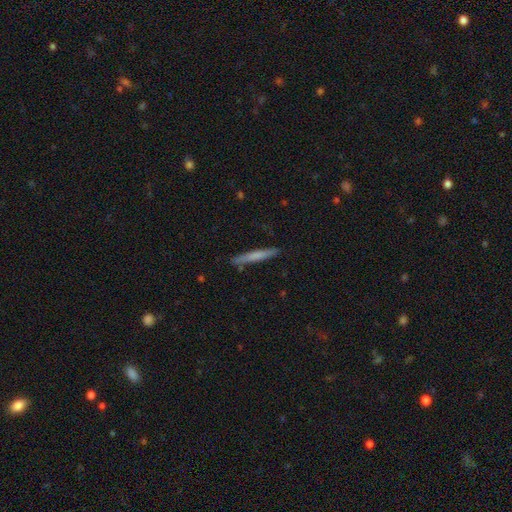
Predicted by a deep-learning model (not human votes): This is likely a smooth galaxy (64%). How rounded: clearly cigar-shaped (96%). Merging: clearly none (87%).